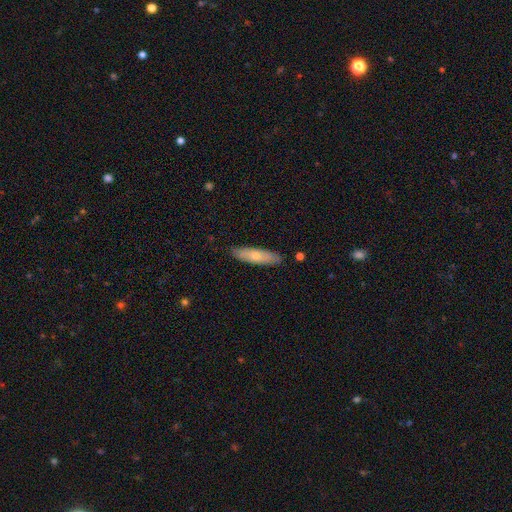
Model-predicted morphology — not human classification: Q: Smooth or featured?
A: smooth (63%); runner-up: featured or disk (32%)
Q: How rounded?
A: cigar-shaped (63%); runner-up: in between (35%)
Q: Merging?
A: none (86%); runner-up: minor disturbance (11%)